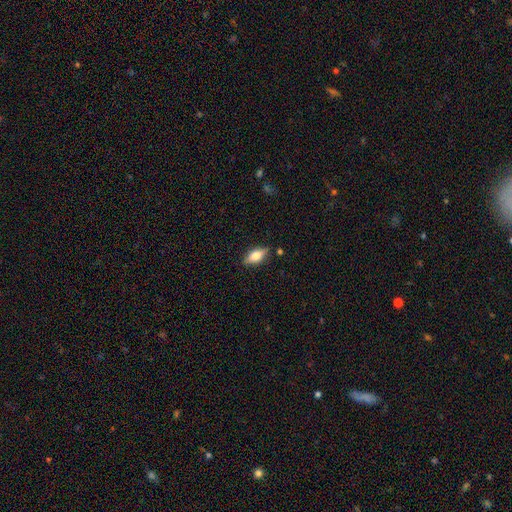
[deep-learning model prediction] Smooth or featured?
  - smooth: 60% *
  - featured or disk: 33%
  - star or artifact: 7%
How rounded?
  - in between: 77% *
  - cigar-shaped: 20%
  - round: 4%
Merging?
  - none: 83% *
  - minor disturbance: 13%
  - major disturbance: 3%
  - merger: 2%